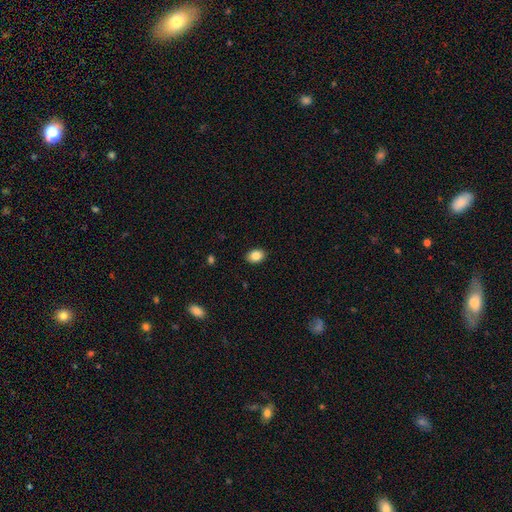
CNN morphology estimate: Smooth or featured? Predicted: smooth (p=0.85). How rounded? Predicted: in between (p=0.76). Merging? Predicted: none (p=0.89).